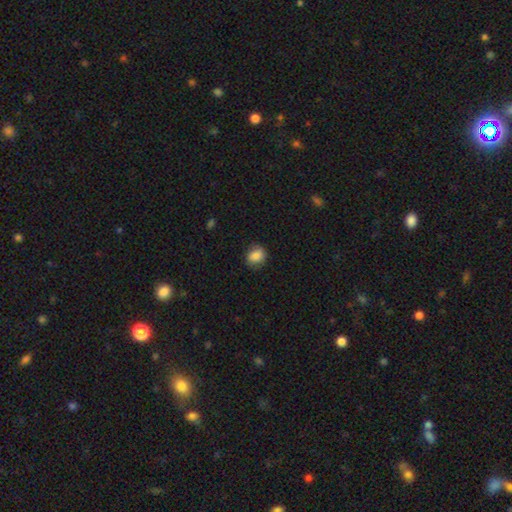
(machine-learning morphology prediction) smooth_or_featured: smooth (p=0.83) [alt: star or artifact p=0.08]
how_rounded: round (p=0.58) [alt: in between p=0.41]
merging: none (p=0.77) [alt: minor disturbance p=0.17]